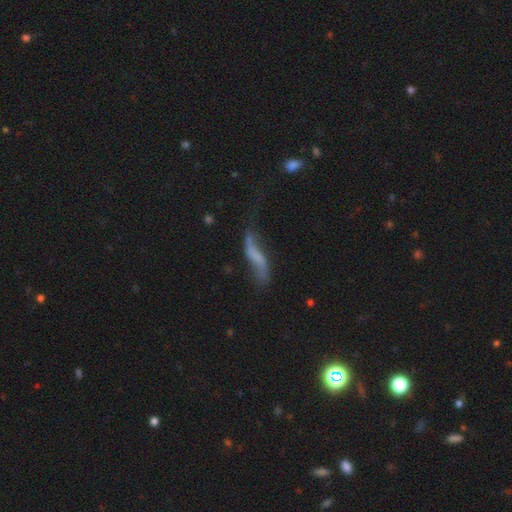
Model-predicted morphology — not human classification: This appears to be a featured or disk galaxy (60%). Merging: none (47%).